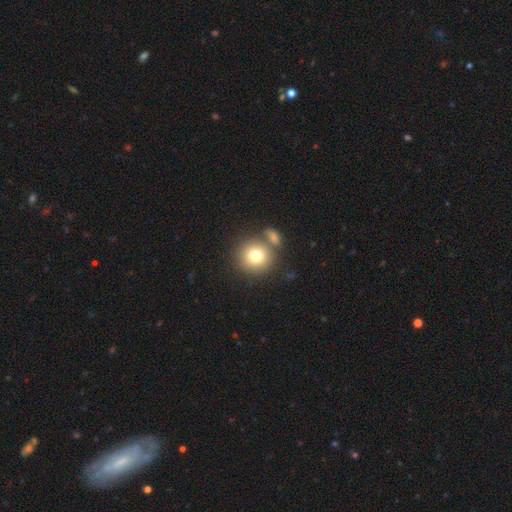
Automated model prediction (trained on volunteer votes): Smooth or featured: smooth — 77% (featured or disk — 13%)
How rounded: round — 91% (in between — 8%)
Merging: none — 67% (merger — 20%)